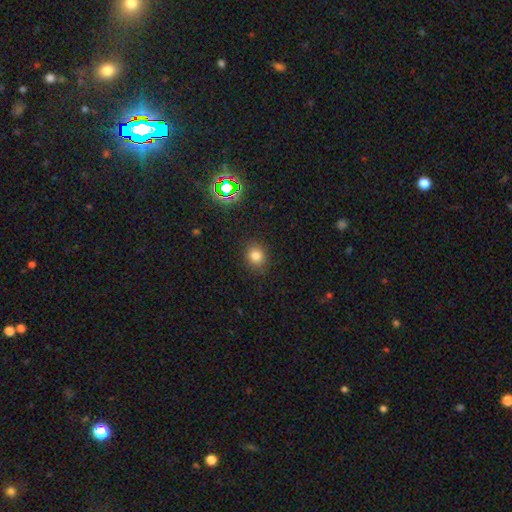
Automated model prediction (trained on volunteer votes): The model was most divided on "how rounded": round: 76%, in between: 23%, cigar-shaped: 1%. More confident: merging — none (87%); smooth or featured — smooth (80%).